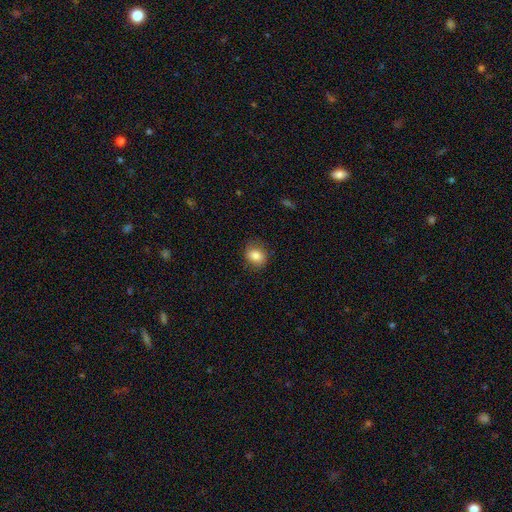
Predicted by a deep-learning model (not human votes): Smooth or featured? Predicted: smooth (p=0.84). How rounded? Predicted: round (p=0.51). Merging? Predicted: none (p=0.81).